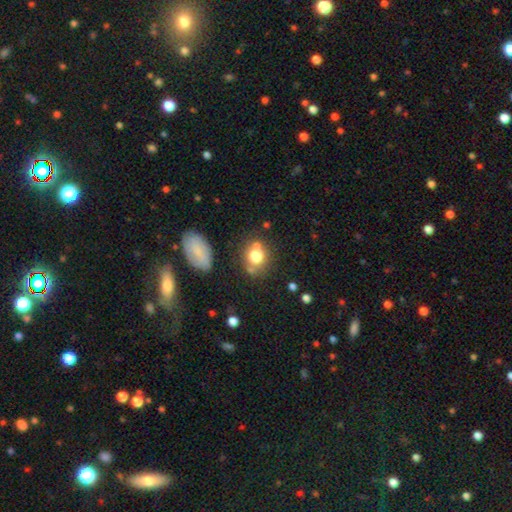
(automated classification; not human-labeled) This is likely a smooth galaxy (75%). How rounded: likely round (62%). Merging: likely none (62%).